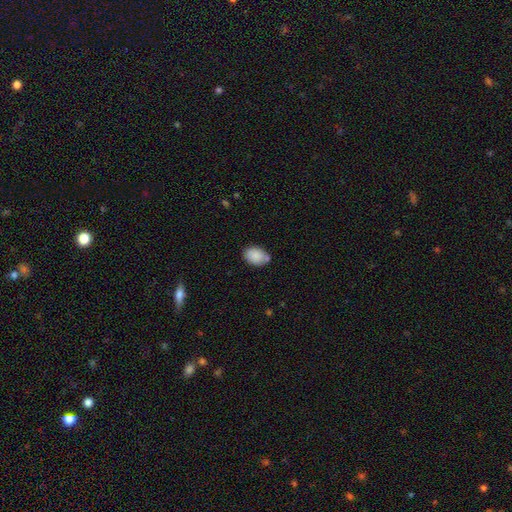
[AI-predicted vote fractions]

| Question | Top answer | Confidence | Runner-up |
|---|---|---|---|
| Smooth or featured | smooth | 87% | star or artifact (7%) |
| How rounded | in between | 77% | round (21%) |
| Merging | none | 67% | minor disturbance (18%) |